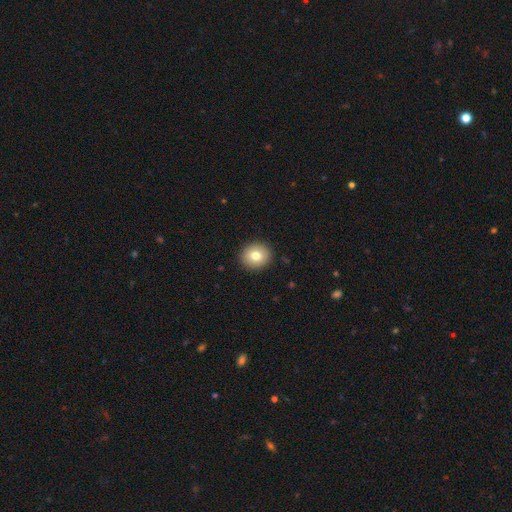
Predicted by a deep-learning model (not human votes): Smooth or featured: smooth — 78% (featured or disk — 13%)
How rounded: round — 81% (in between — 18%)
Merging: none — 92% (minor disturbance — 6%)